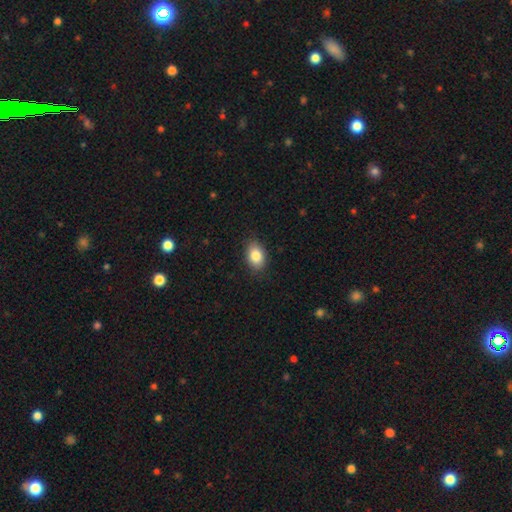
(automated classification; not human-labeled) Overall: smooth (85%). How rounded: in between (84%). Merging: none (86%).